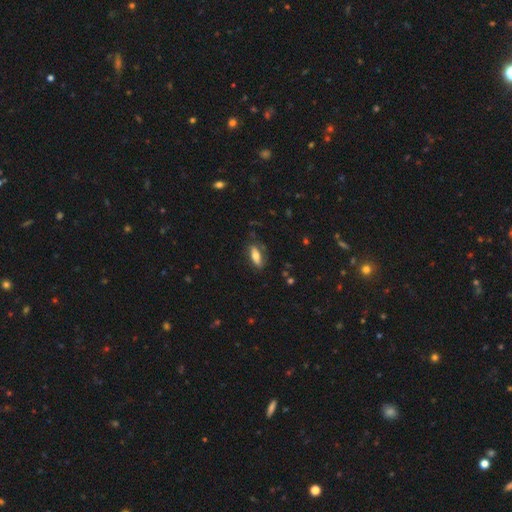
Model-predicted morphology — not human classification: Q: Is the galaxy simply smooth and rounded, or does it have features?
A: smooth — 62%.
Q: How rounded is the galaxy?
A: in between — 71%.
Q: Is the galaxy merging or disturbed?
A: none — 70%.